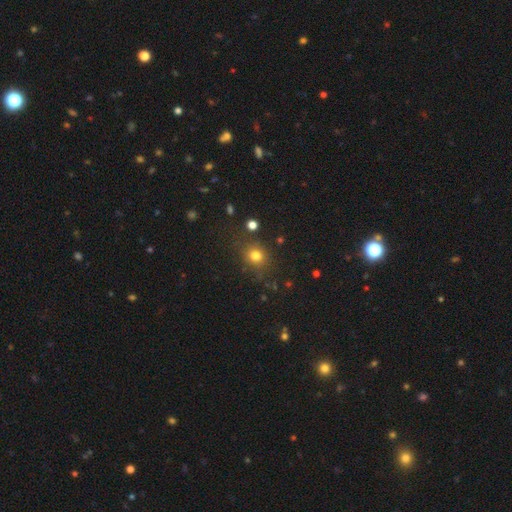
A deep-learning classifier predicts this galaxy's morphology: Smooth or featured?
  - smooth: 77% *
  - star or artifact: 16%
  - featured or disk: 7%
How rounded?
  - round: 78% *
  - in between: 21%
  - cigar-shaped: 1%
Merging?
  - none: 79% *
  - minor disturbance: 12%
  - major disturbance: 5%
  - merger: 4%